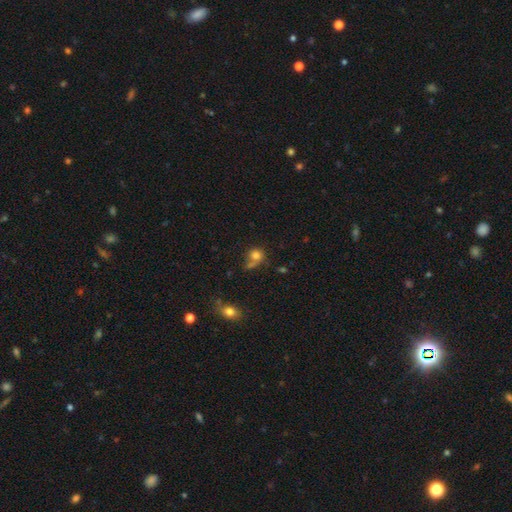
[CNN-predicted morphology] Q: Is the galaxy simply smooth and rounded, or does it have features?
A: smooth — 77%.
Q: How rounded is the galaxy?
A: round — 77%.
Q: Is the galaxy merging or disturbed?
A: none — 47%.